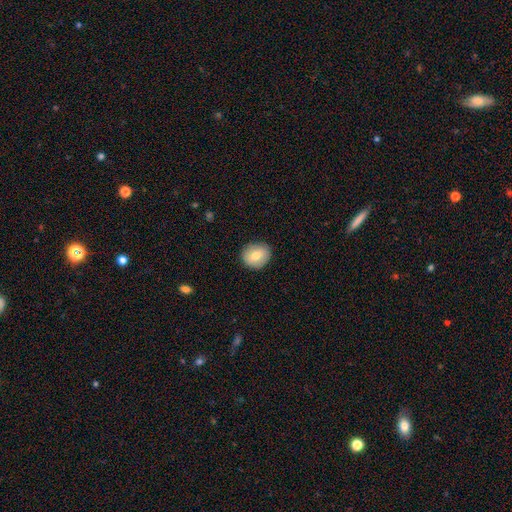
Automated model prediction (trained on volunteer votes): smooth 75%, featured or disk 17%, star or artifact 8%. Down the decision tree: how rounded — round (74%); merging — none (87%).